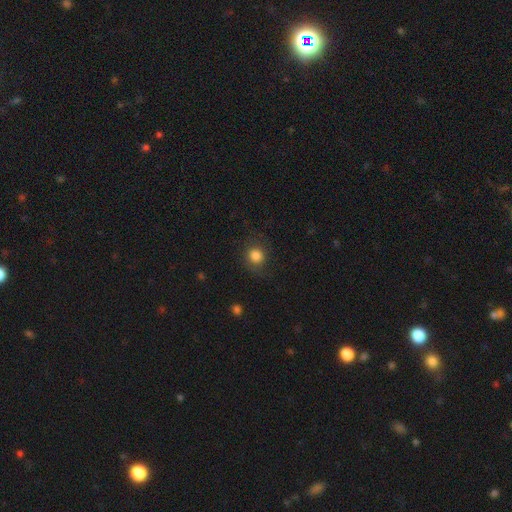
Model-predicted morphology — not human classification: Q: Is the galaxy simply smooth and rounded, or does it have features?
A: smooth — 81%.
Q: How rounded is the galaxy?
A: round — 86%.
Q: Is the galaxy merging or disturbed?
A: none — 79%.